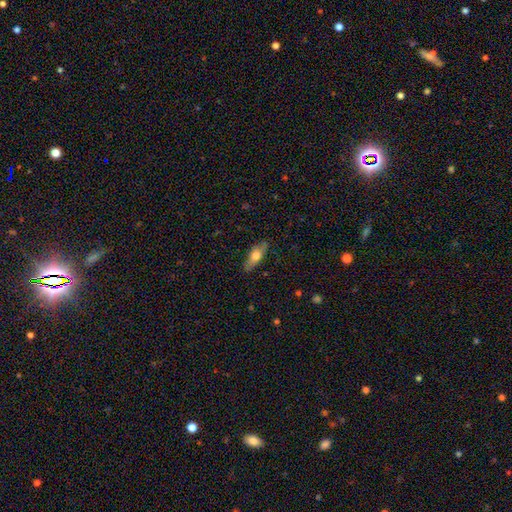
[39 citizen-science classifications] Overall: smooth (49%; featured or disk 46%). How rounded: in between (63%; cigar-shaped 37%). Merging: none (81%).